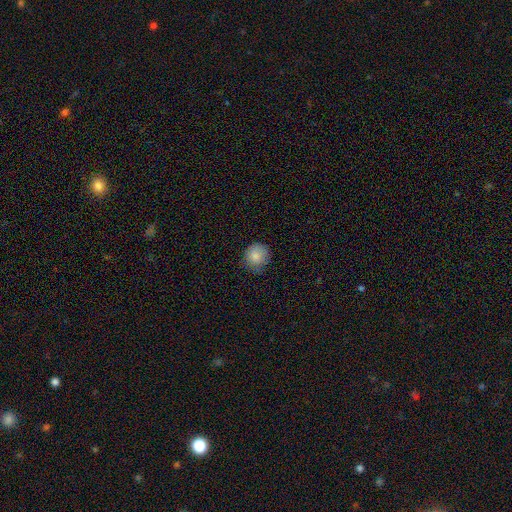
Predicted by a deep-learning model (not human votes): This appears to be a smooth galaxy with no disk features (84%) that is round (89%). Merging: none (74%).